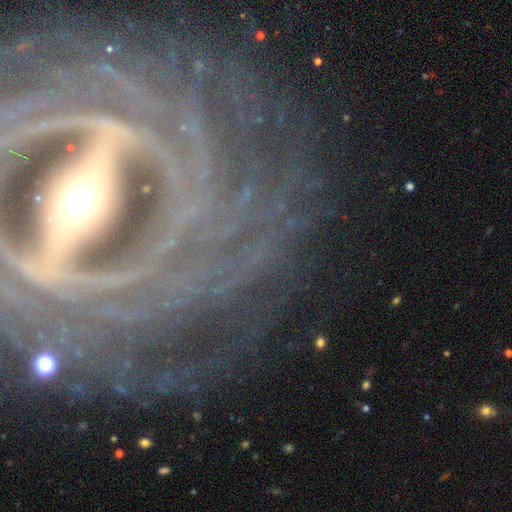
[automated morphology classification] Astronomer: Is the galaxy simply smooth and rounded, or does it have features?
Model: featured or disk — 88%.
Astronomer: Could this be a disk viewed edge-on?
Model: no — 82%.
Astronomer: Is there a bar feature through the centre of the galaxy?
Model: strong — 78%.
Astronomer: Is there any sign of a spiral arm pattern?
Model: yes — 87%.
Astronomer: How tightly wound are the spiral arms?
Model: tight — 74%.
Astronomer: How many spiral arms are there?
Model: can't tell — 29% (runner-up: more than 4, 18%).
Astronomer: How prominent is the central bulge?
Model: moderate — 56%.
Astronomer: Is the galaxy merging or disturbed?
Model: none — 77%.